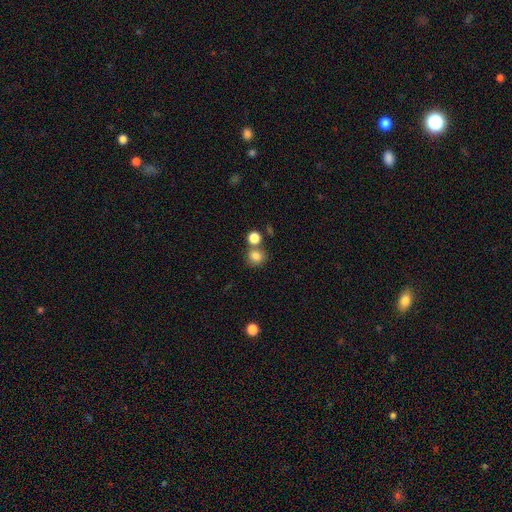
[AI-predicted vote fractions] smooth 81%, star or artifact 12%, featured or disk 7%. Down the decision tree: how rounded — round (82%); merging — none (64%).